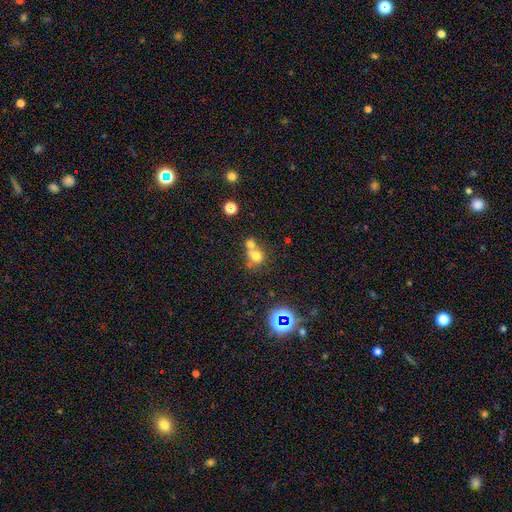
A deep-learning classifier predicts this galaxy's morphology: Smooth or featured? Predicted: smooth (p=0.68). How rounded? Predicted: round (p=0.77). Merging? Predicted: merger (p=0.56).